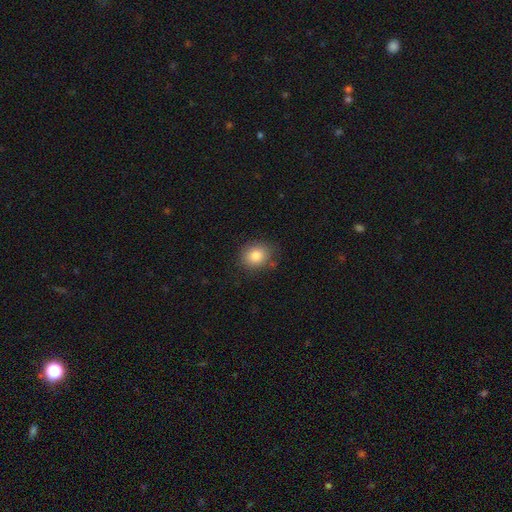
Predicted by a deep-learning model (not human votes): smooth_or_featured: smooth (p=0.84) [alt: star or artifact p=0.09]
how_rounded: round (p=0.64) [alt: in between p=0.35]
merging: none (p=0.81) [alt: minor disturbance p=0.14]